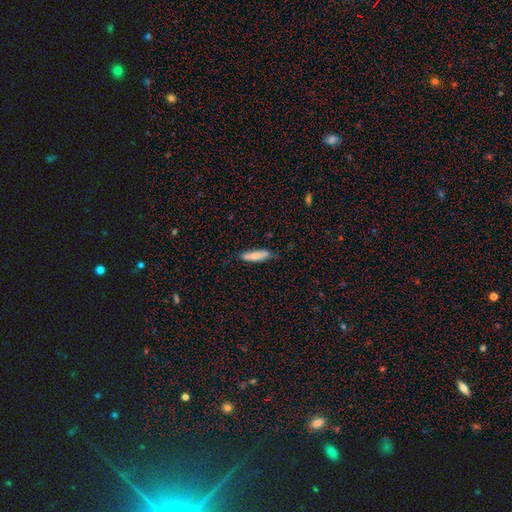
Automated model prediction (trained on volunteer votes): The model was most divided on "how rounded": cigar-shaped: 65%, in between: 33%, round: 2%. More confident: merging — none (74%); smooth or featured — smooth (74%).